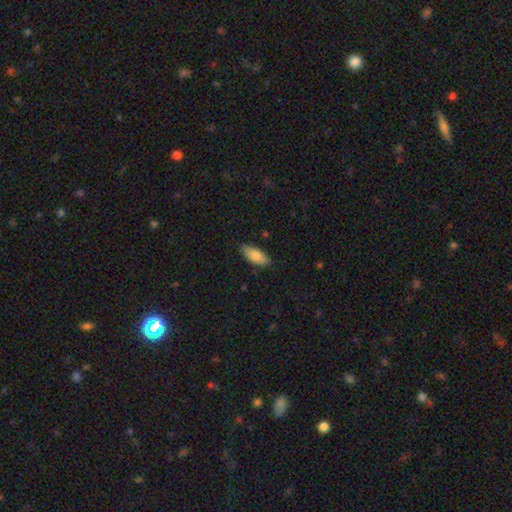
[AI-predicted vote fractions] This is clearly a smooth galaxy (83%). How rounded: likely in between (78%). Merging: clearly none (84%).